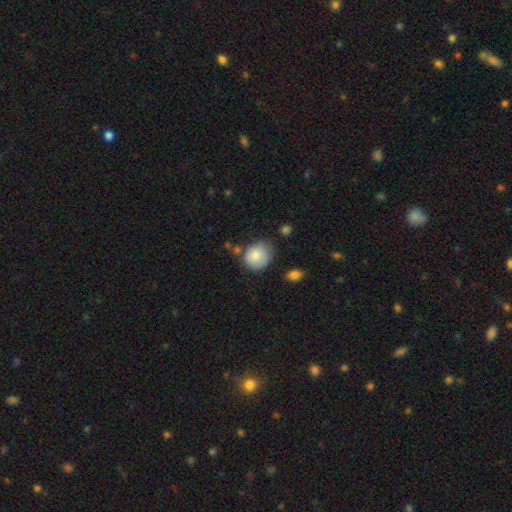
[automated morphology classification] smooth-or-featured: smooth: 77% | featured or disk: 15% | star or artifact: 8%
  how-rounded: round: 75% | in between: 24% | cigar-shaped: 1%
  merging: none: 59% | minor disturbance: 28% | major disturbance: 7% | merger: 5%